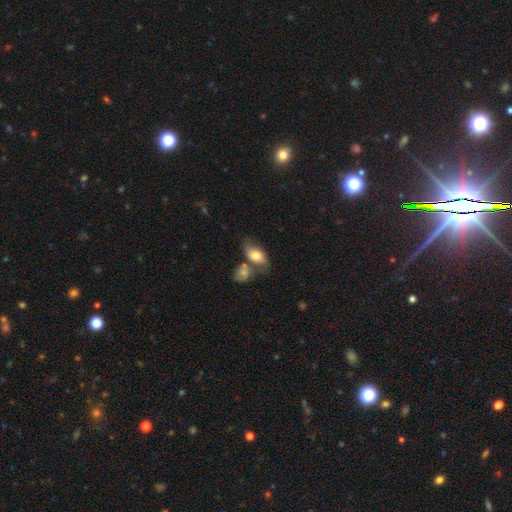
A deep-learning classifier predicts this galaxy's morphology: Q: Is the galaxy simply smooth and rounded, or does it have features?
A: smooth — 71%.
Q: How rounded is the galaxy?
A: in between — 89%.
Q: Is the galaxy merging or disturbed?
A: none — 45%.